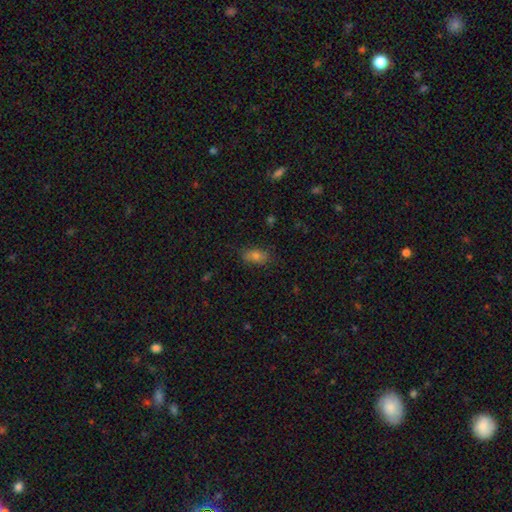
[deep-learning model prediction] A smooth galaxy with no disk features (70%) that is in between round and cigar-shaped (82%). Merging: none (78%).